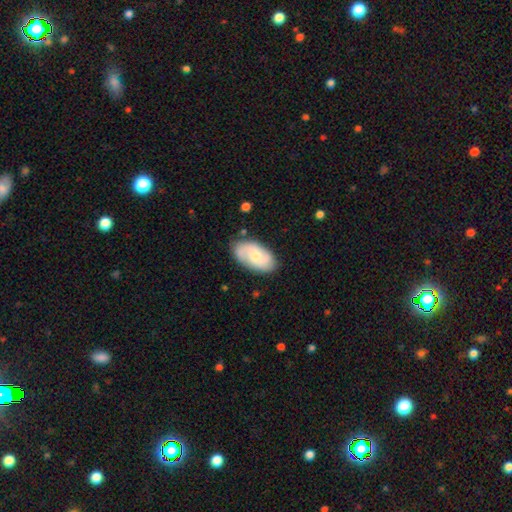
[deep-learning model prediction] This is possibly a featured or disk galaxy (48%). Merging: likely none (76%).